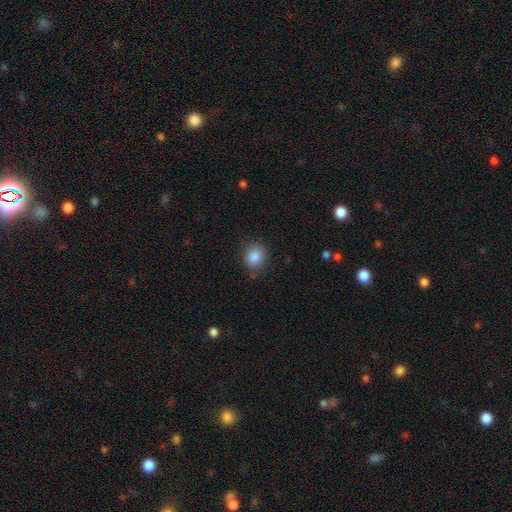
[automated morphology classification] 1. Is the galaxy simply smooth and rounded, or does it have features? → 87% smooth, 9% star or artifact, 4% featured or disk.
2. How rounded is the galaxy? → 73% round, 26% in between, 1% cigar-shaped.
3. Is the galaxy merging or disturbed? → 82% none, 13% minor disturbance, 4% major disturbance, 1% merger.